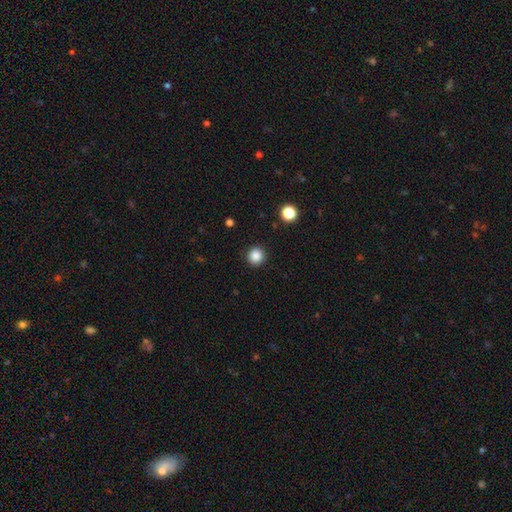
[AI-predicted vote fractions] Overall: smooth (87%). How rounded: round (94%). Merging: none (92%).